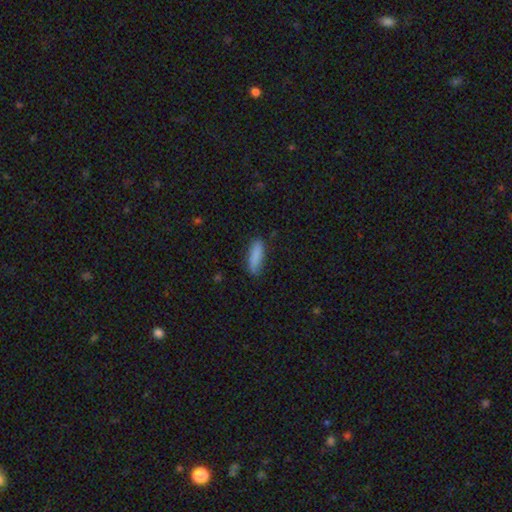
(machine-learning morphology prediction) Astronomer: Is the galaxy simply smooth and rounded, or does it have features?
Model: smooth — 87%.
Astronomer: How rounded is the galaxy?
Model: cigar-shaped — 54% (runner-up: in between, 44%).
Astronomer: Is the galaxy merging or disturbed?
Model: none — 81%.